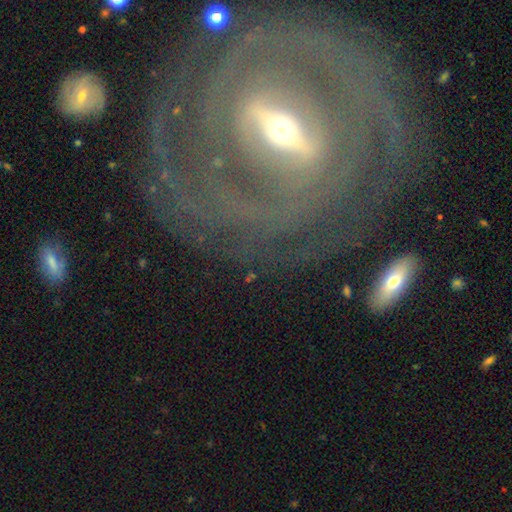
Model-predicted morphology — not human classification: smooth-or-featured: featured or disk: 86% | smooth: 8% | star or artifact: 7%
  disk-edge-on: no: 86% | yes: 14%
    bar: strong: 70% | weak: 20% | no: 10%
    has-spiral-arms: yes: 83% | no: 17%
      spiral-winding: tight: 66% | medium: 25% | loose: 9%
      spiral-arm-count: can't tell: 35% | 2: 25% | 3: 13% | 4: 10% | more than 4: 10% | 1: 7%
    bulge-size: moderate: 48% | small: 43% | large: 6% | dominant: 2% | none: 1%
  merging: none: 70% | minor disturbance: 14% | major disturbance: 12% | merger: 4%